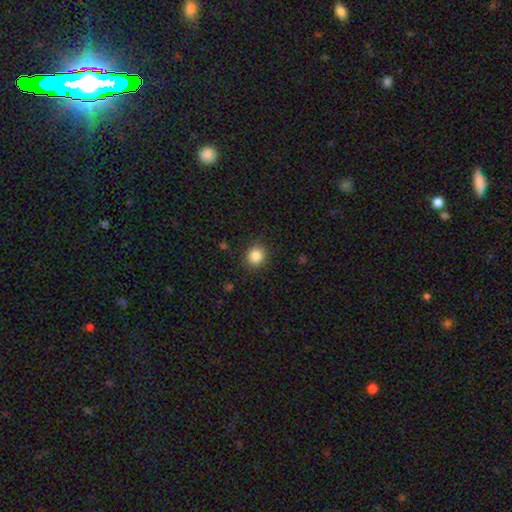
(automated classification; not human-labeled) This appears to be a smooth galaxy with no disk features (85%) that is round (85%). Merging: none (88%).